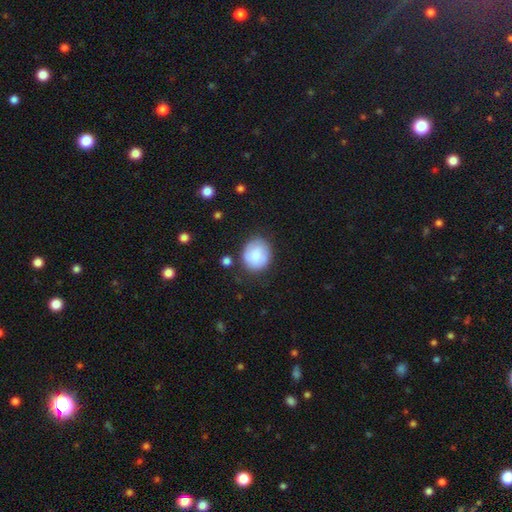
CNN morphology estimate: smooth 78%, featured or disk 15%, star or artifact 7%. Down the decision tree: how rounded — round (77%); merging — none (71%).